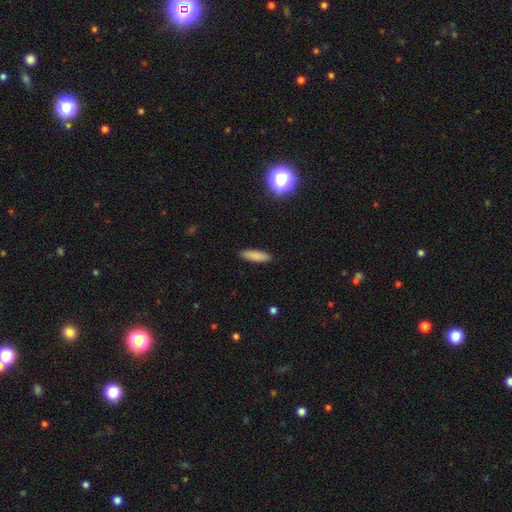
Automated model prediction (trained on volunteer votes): A smooth galaxy with no disk features (85%) that is cigar-shaped (61%).

Vote fractions:
- Smooth or featured? smooth: 85% / star or artifact: 8% / featured or disk: 7%
- How rounded? cigar-shaped: 61% / in between: 37% / round: 2%
- Merging? none: 90% / minor disturbance: 7% / major disturbance: 2% / merger: 1%